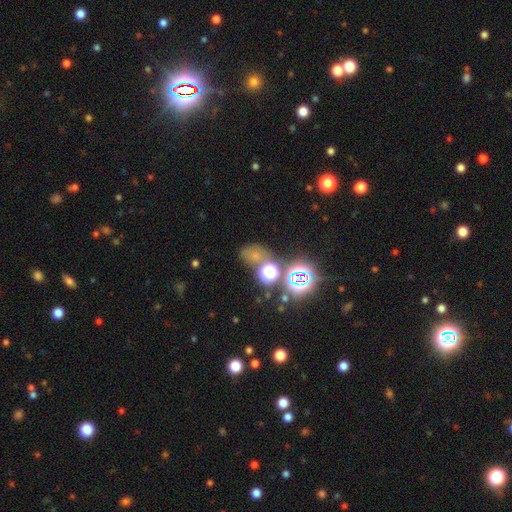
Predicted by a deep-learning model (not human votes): Smooth or featured? star or artifact (44%, tied with smooth)